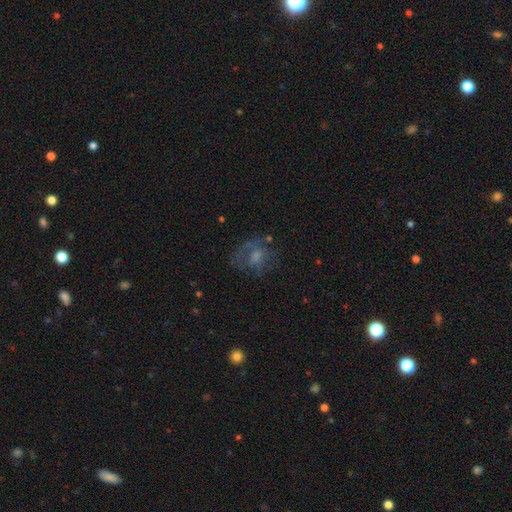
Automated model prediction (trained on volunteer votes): The model was most divided on "smooth or featured": featured or disk: 44%, smooth: 42%, star or artifact: 14%. Remaining: merging — none (48%).